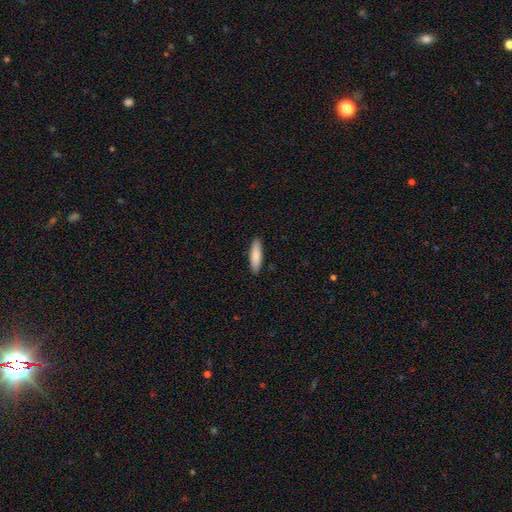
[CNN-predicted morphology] A smooth galaxy with no disk features (85%) that is cigar-shaped (65%). Merging: none (90%).